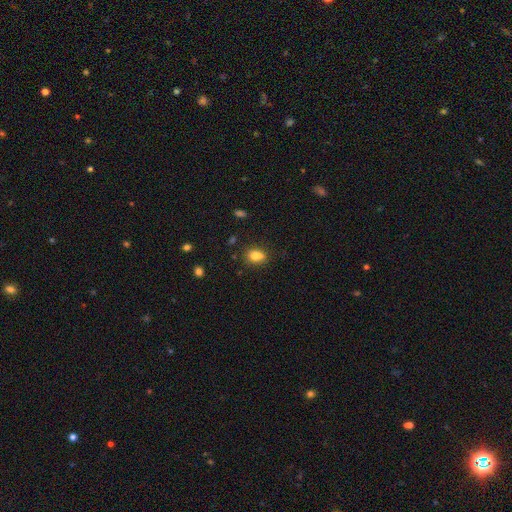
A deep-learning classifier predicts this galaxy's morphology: A smooth galaxy with no disk features (81%) that is in between round and cigar-shaped (70%).

Vote fractions:
- Smooth or featured? smooth: 81% / star or artifact: 10% / featured or disk: 9%
- How rounded? in between: 70% / round: 27% / cigar-shaped: 2%
- Merging? none: 66% / minor disturbance: 19% / merger: 10% / major disturbance: 5%